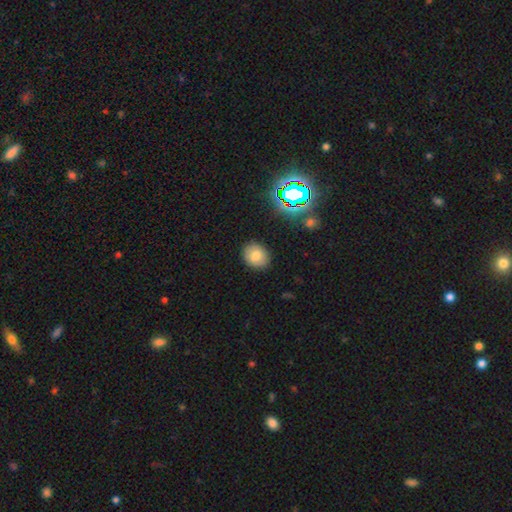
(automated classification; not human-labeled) The model was most divided on "how rounded": round: 55%, in between: 44%, cigar-shaped: 1%. More confident: merging — none (88%); smooth or featured — smooth (76%).